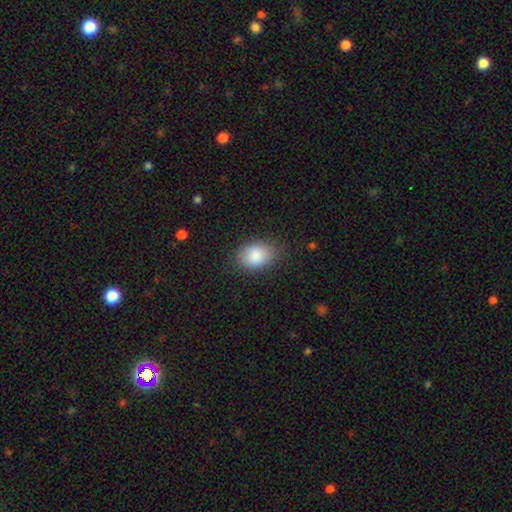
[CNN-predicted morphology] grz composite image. It shows a smooth galaxy with no disk features (87%) that is in between round and cigar-shaped (73%). Merging: none (80%).